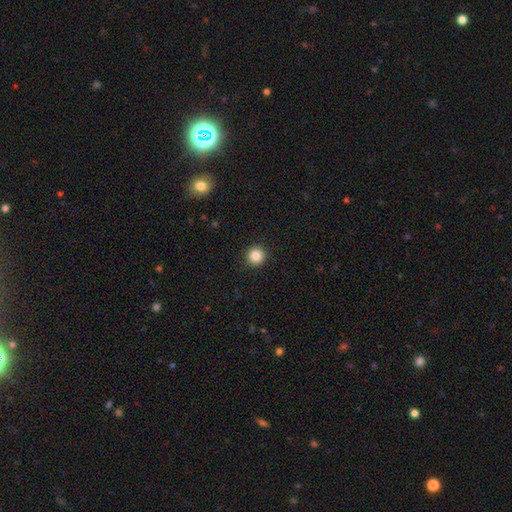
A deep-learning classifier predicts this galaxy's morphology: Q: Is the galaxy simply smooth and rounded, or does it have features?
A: smooth — 86%.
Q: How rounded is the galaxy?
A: round — 95%.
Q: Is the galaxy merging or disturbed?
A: none — 92%.